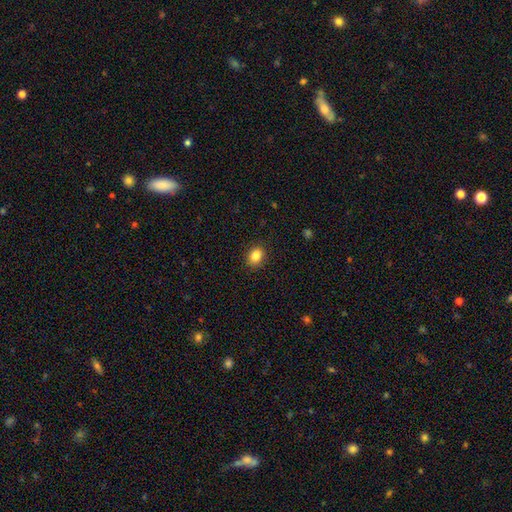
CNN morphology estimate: A smooth galaxy with no disk features (86%) that is in between round and cigar-shaped (62%).

Vote fractions:
- Smooth or featured? smooth: 86% / star or artifact: 10% / featured or disk: 5%
- How rounded? in between: 62% / round: 37% / cigar-shaped: 1%
- Merging? none: 89% / minor disturbance: 8% / major disturbance: 2% / merger: 1%